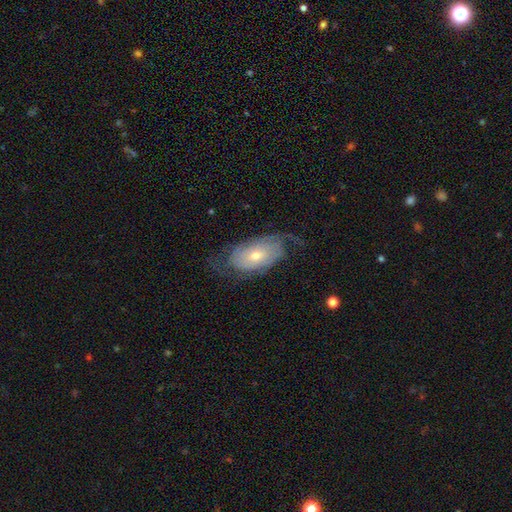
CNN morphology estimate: A featured or disk galaxy (70%) with no bar (72%), 2 (51%) tight (46%) spiral arms (86%) and a small central bulge (50%). Merging: none (61%).